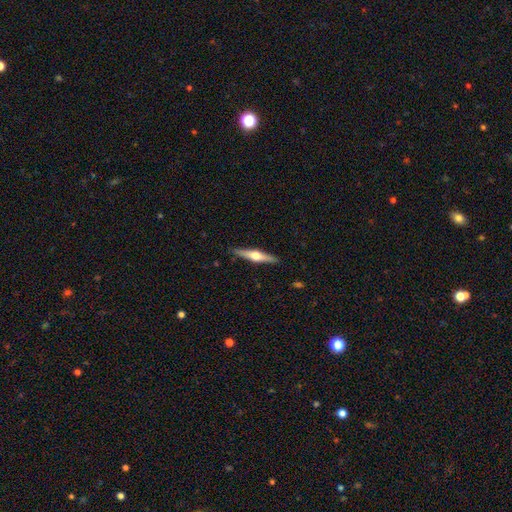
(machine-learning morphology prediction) Smooth or featured? featured or disk (64%)
Edge-on disk? yes (97%)
Edge-on bulge? rounded (94%)
Merging? none (90%)